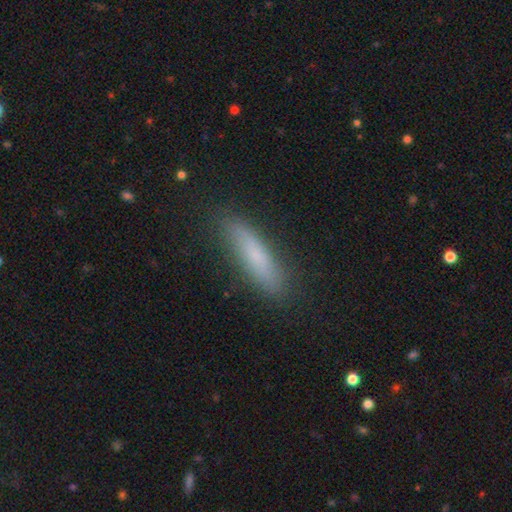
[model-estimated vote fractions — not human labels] Smooth or featured? smooth (73%)
How rounded? cigar-shaped (81%)
Merging? none (86%)